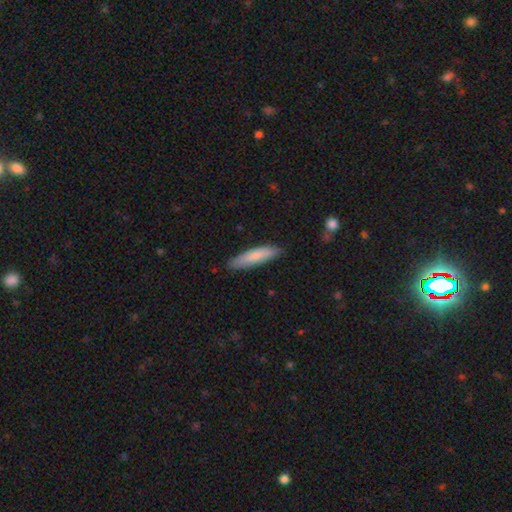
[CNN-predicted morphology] Smooth or featured? Predicted: smooth (p=0.80). How rounded? Predicted: cigar-shaped (p=0.78). Merging? Predicted: none (p=0.86).